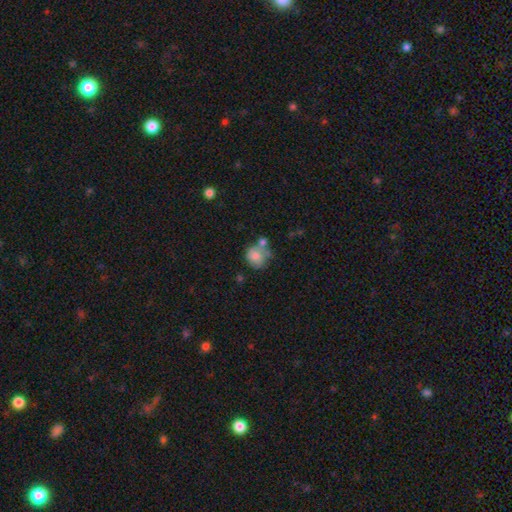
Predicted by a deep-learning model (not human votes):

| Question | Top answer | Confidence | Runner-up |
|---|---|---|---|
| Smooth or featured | smooth | 70% | featured or disk (21%) |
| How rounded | round | 76% | in between (24%) |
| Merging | none | 39% | merger (27%) |